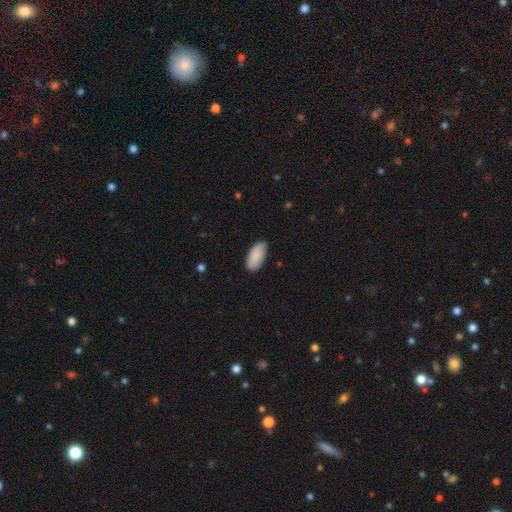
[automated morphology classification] This appears to be a smooth galaxy with no disk features (89%) that is in between round and cigar-shaped (94%). Merging: none (83%).